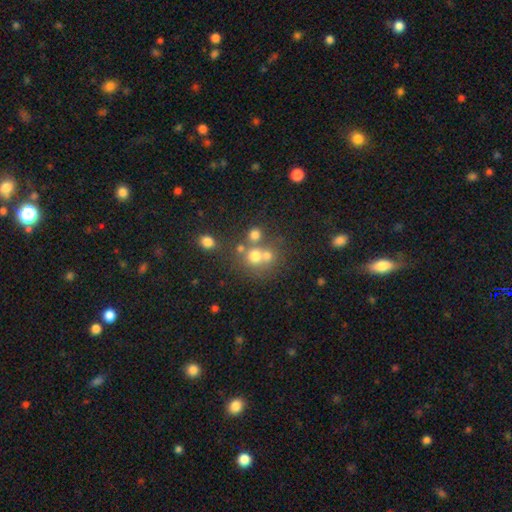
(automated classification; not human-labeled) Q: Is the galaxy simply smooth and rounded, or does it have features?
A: smooth — 60%.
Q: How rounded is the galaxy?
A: round — 83%.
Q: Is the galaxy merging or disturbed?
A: none — 47%.